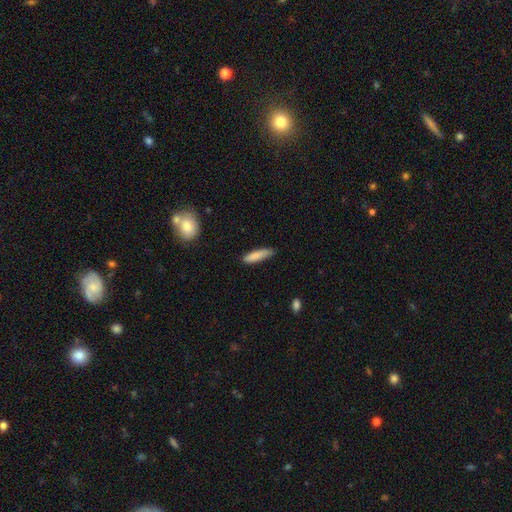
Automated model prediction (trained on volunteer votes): smooth_or_featured: smooth (p=0.85) [alt: featured or disk p=0.09]
how_rounded: cigar-shaped (p=0.78) [alt: in between p=0.20]
merging: none (p=0.80) [alt: minor disturbance p=0.16]